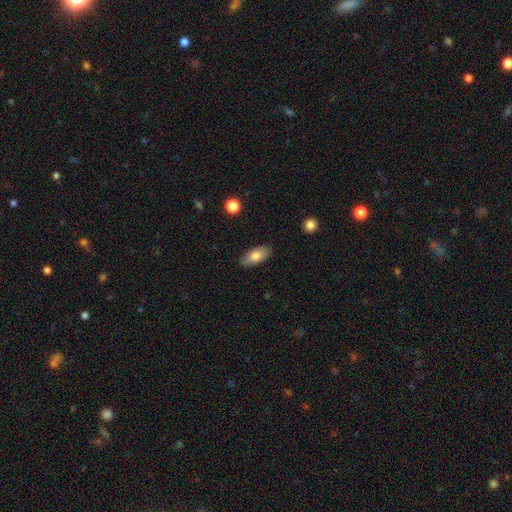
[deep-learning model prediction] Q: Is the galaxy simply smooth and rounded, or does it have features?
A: smooth — 78%.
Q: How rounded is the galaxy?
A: in between — 88%.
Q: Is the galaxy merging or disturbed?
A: none — 86%.